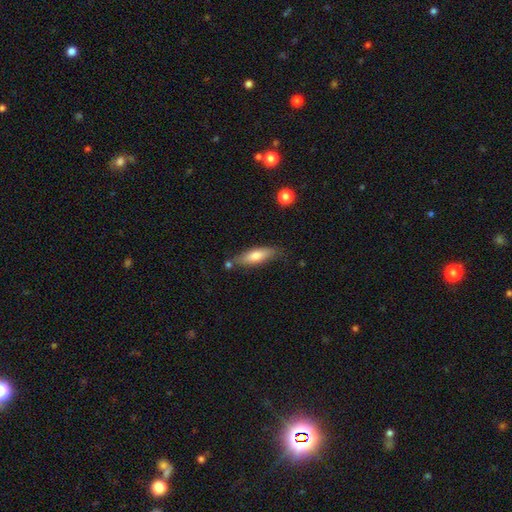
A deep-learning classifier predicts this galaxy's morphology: Smooth or featured: smooth — 71% (featured or disk — 23%)
How rounded: cigar-shaped — 51% (in between — 46%)
Merging: none — 72% (minor disturbance — 18%)